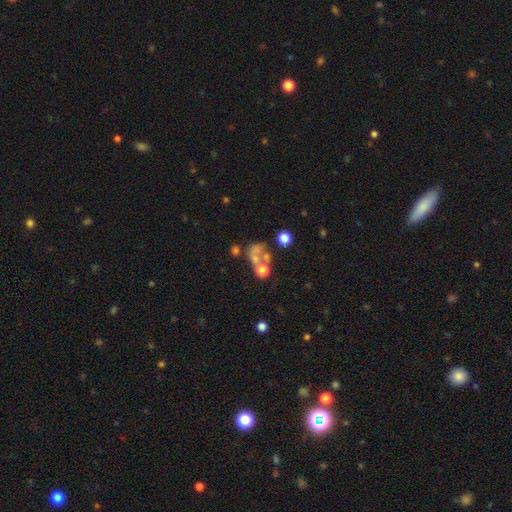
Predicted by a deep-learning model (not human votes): Morphology: type=smooth (49%); merging=merger (42%).